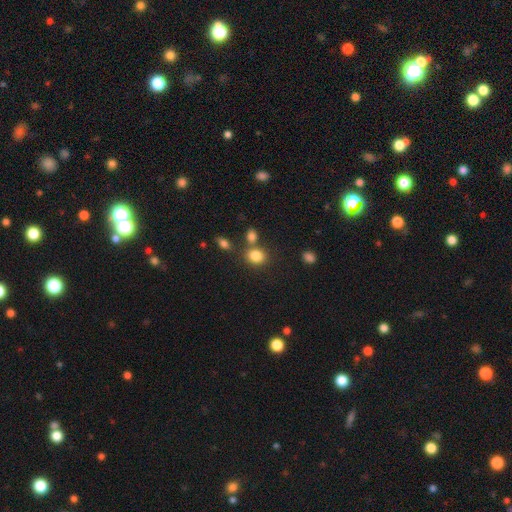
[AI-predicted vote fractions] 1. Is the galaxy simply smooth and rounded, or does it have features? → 83% smooth, 11% star or artifact, 6% featured or disk.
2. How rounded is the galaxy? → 53% round, 46% in between, 1% cigar-shaped.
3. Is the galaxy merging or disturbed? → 62% none, 22% merger, 12% minor disturbance, 4% major disturbance.